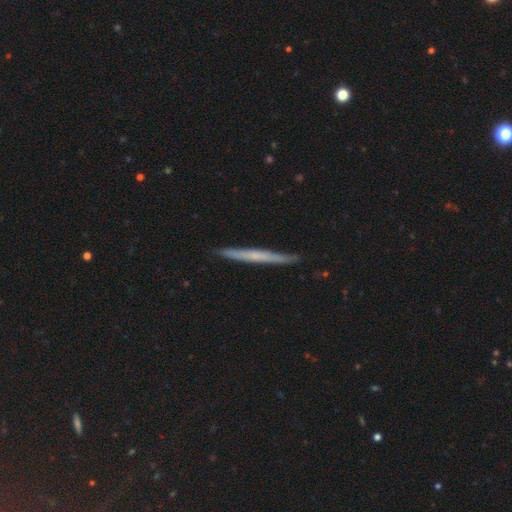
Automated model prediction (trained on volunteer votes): A featured or disk galaxy (53%) viewed edge-on (96%) with no central bulge (77%). Merging: none (89%).